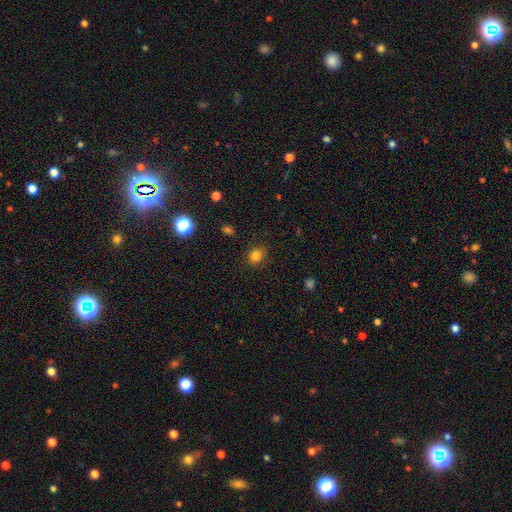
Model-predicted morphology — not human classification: A smooth galaxy with no disk features (82%) that is round (72%). Merging: none (88%).